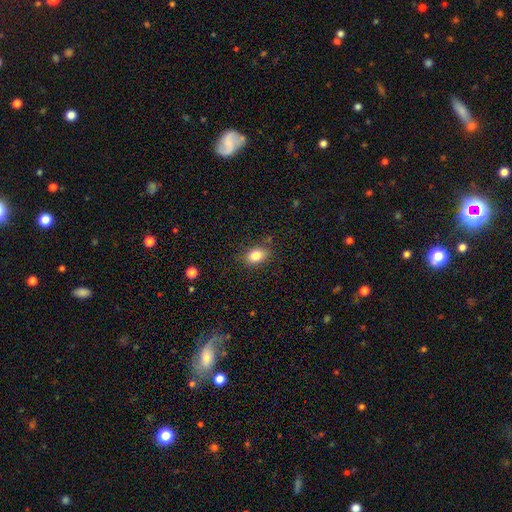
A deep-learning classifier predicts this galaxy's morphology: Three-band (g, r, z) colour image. It shows a smooth galaxy with no disk features (82%) that is in between round and cigar-shaped (77%). Merging: none (82%).